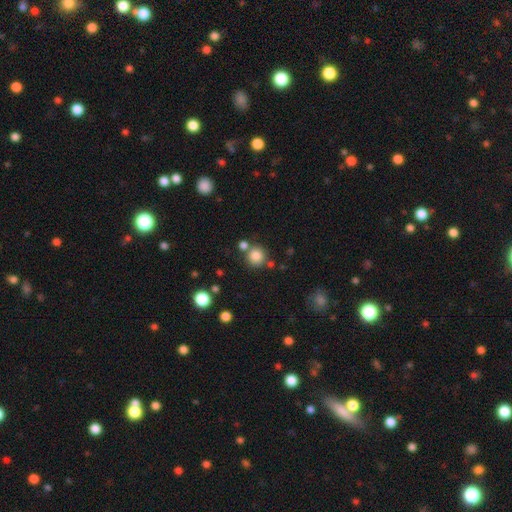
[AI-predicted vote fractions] The model was most divided on "merging": none: 73%, merger: 15%, minor disturbance: 9%, major disturbance: 3%. More confident: how rounded — round (92%); smooth or featured — smooth (83%).